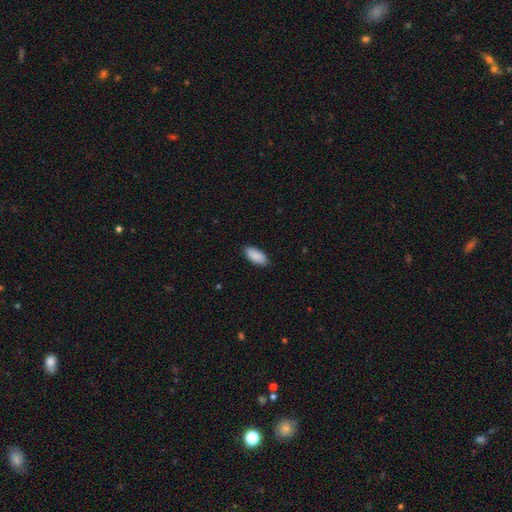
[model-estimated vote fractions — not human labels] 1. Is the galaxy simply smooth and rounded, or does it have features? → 89% smooth, 6% star or artifact, 5% featured or disk.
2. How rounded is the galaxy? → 89% in between, 10% cigar-shaped, 2% round.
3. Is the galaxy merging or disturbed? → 87% none, 10% minor disturbance, 2% major disturbance, 1% merger.